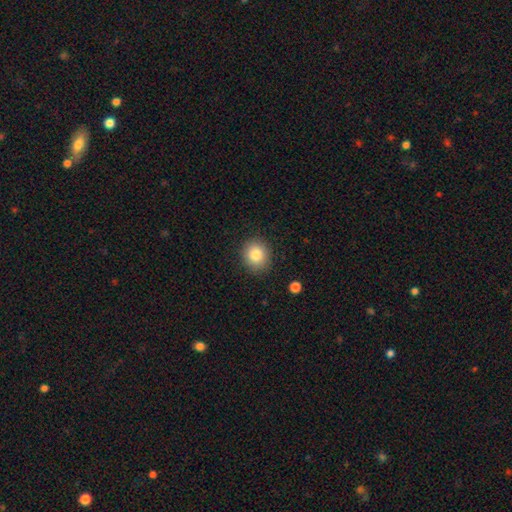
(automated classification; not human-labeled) Q: Smooth or featured?
A: smooth (83%); runner-up: star or artifact (10%)
Q: How rounded?
A: round (78%); runner-up: in between (22%)
Q: Merging?
A: none (89%); runner-up: minor disturbance (8%)